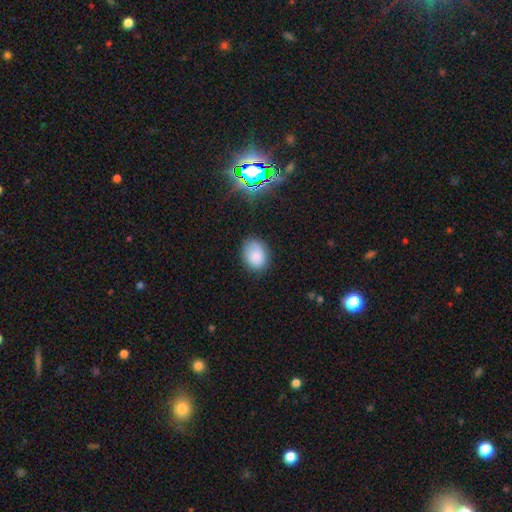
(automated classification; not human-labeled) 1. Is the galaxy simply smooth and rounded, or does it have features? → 84% smooth, 10% star or artifact, 6% featured or disk.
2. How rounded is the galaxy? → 59% in between, 40% round, 1% cigar-shaped.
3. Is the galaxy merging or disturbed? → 77% none, 17% minor disturbance, 4% major disturbance, 2% merger.